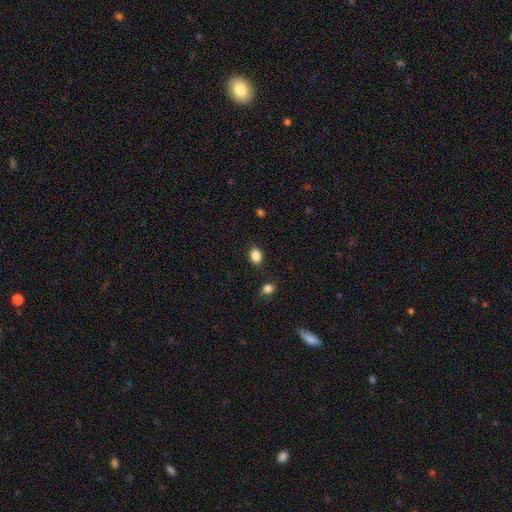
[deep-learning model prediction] Q: Smooth or featured?
A: smooth (86%); runner-up: star or artifact (10%)
Q: How rounded?
A: in between (70%); runner-up: round (29%)
Q: Merging?
A: none (83%); runner-up: minor disturbance (12%)